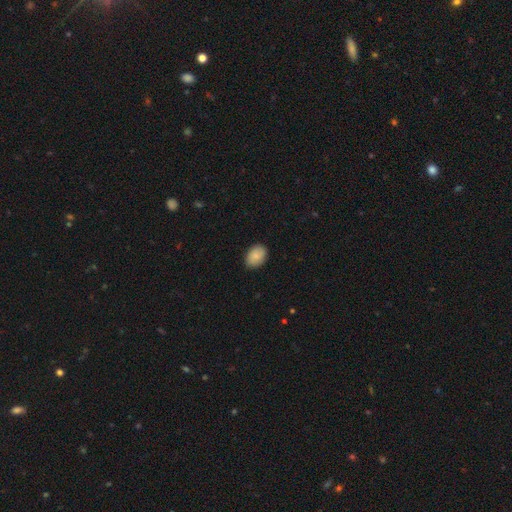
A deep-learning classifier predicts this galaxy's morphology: type=smooth (86%); roundness=in between (75%); merging=none (87%).